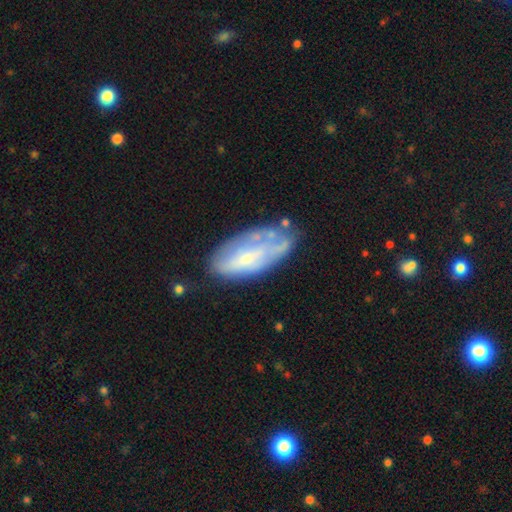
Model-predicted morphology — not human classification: featured or disk 49%, smooth 43%, star or artifact 8%. Down the decision tree: merging — none (53%).